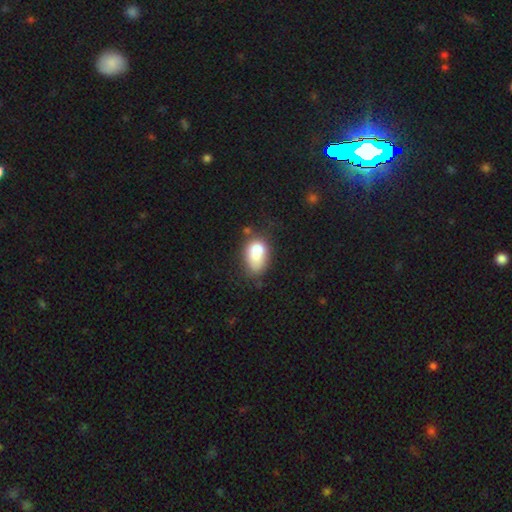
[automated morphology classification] Smooth or featured?
  - smooth: 68% *
  - featured or disk: 22%
  - star or artifact: 10%
How rounded?
  - in between: 78% *
  - round: 20%
  - cigar-shaped: 2%
Merging?
  - merger: 38% *
  - none: 31%
  - minor disturbance: 20%
  - major disturbance: 11%